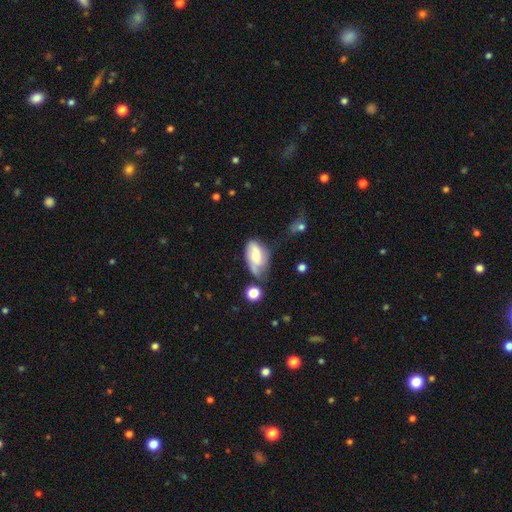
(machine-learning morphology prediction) Overall: smooth (50%; featured or disk 42%). Merging: none (39%; minor disturbance 32%).